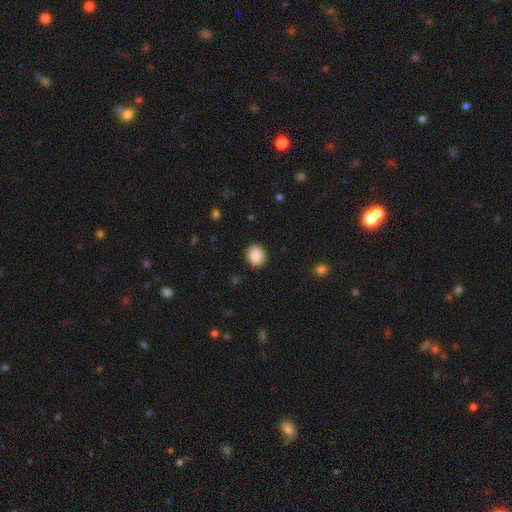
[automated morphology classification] type=smooth (87%); roundness=round (74%); merging=none (88%).